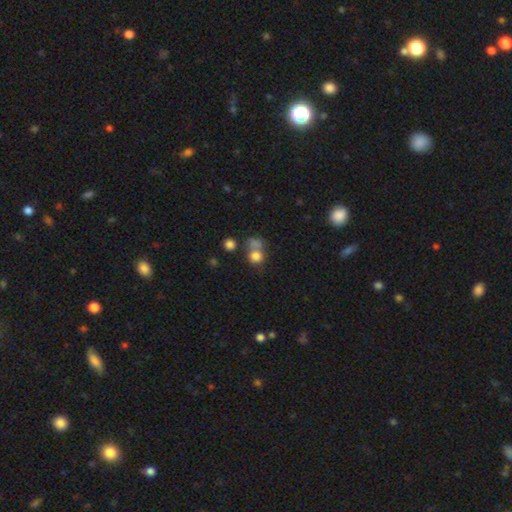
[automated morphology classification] smooth 77%, star or artifact 13%, featured or disk 9%. Down the decision tree: how rounded — round (79%); merging — none (45%).